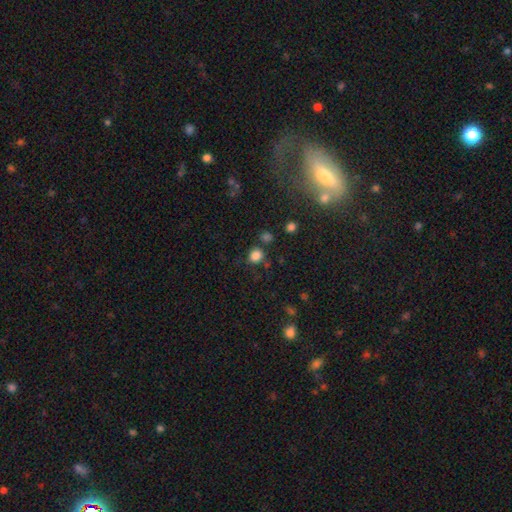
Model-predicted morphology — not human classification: This is clearly a smooth galaxy (82%). How rounded: likely round (78%). Merging: likely none (76%).